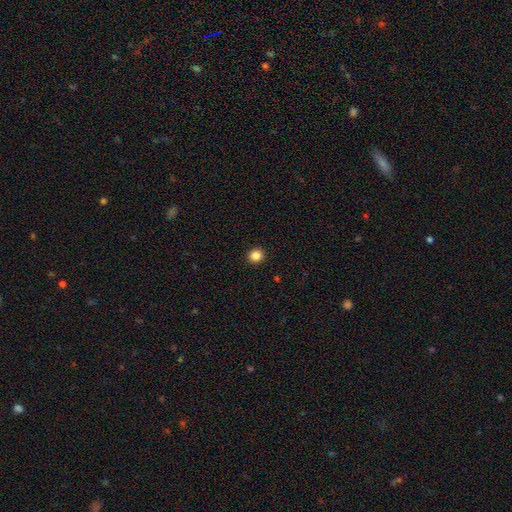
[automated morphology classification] Overall: smooth (86%). How rounded: round (91%). Merging: none (93%).